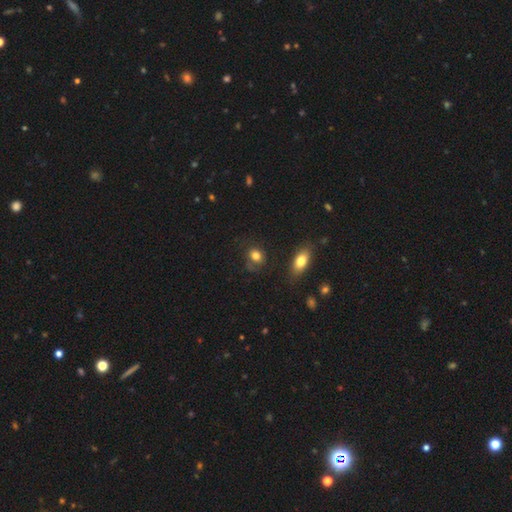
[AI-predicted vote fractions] Smooth or featured: smooth — 81% (star or artifact — 11%)
How rounded: round — 64% (in between — 35%)
Merging: none — 68% (minor disturbance — 20%)